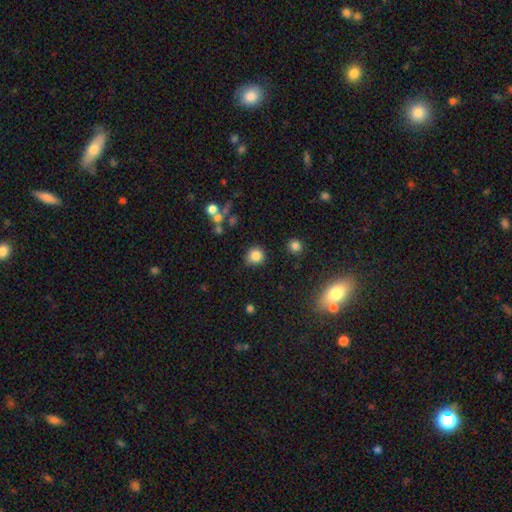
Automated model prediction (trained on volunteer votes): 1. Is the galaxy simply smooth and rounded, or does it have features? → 84% smooth, 11% star or artifact, 5% featured or disk.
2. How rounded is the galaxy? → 86% round, 13% in between, 1% cigar-shaped.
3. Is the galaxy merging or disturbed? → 81% none, 13% minor disturbance, 4% major disturbance, 3% merger.